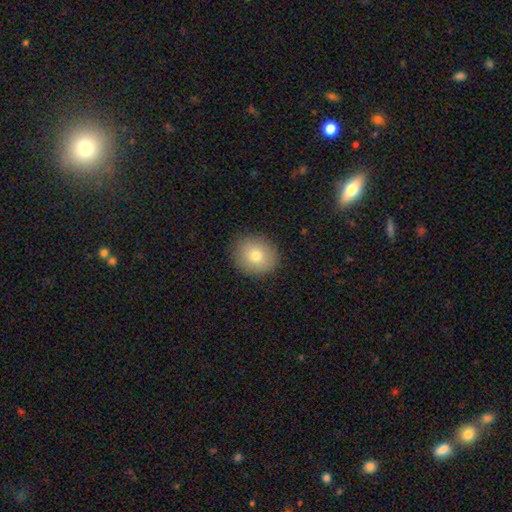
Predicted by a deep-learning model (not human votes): A smooth galaxy with no disk features (78%) that is round (74%). Merging: none (88%).